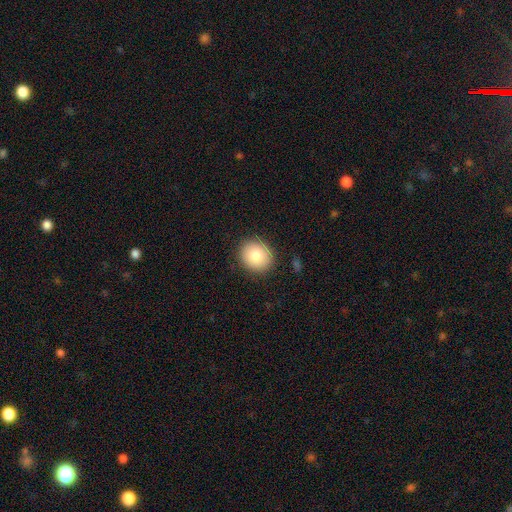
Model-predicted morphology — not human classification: smooth_or_featured: smooth (p=0.82) [alt: featured or disk p=0.10]
how_rounded: round (p=0.81) [alt: in between p=0.18]
merging: none (p=0.89) [alt: minor disturbance p=0.08]